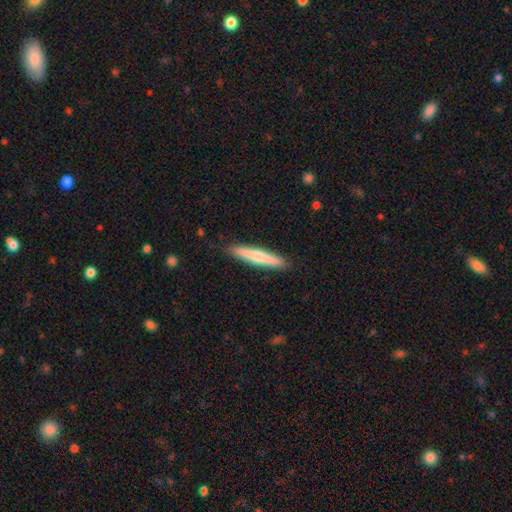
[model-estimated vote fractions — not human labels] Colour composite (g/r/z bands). It shows a smooth galaxy with no disk features (58%) that is cigar-shaped (94%). Merging: none (90%).